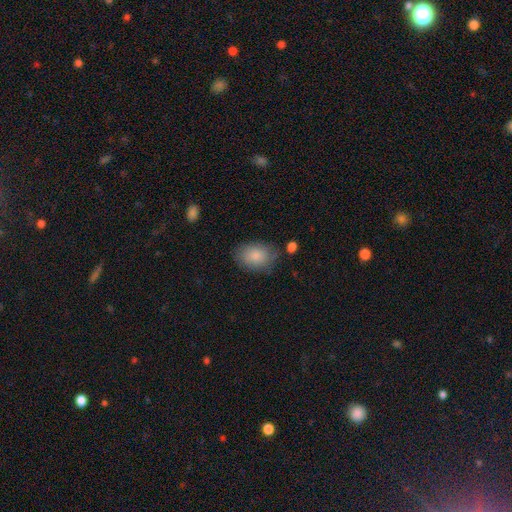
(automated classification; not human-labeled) A smooth galaxy with no disk features (84%) that is in between round and cigar-shaped (75%). Merging: none (72%).